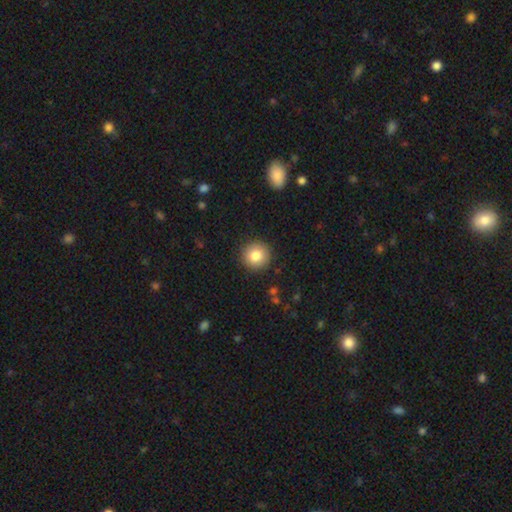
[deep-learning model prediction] Smooth or featured? Predicted: smooth (p=0.82). How rounded? Predicted: round (p=0.95). Merging? Predicted: none (p=0.91).